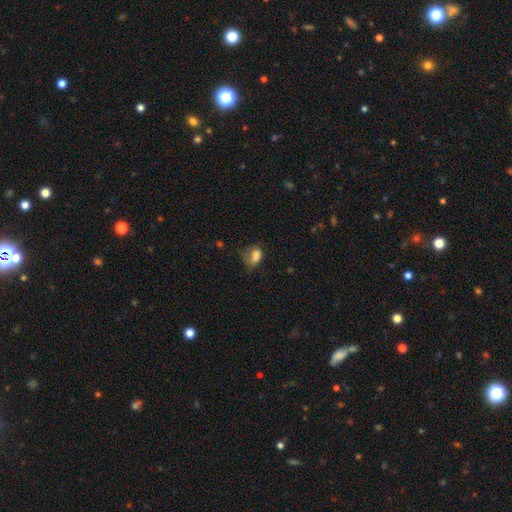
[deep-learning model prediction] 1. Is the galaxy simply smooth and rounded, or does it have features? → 78% smooth, 11% featured or disk, 11% star or artifact.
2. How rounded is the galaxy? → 79% in between, 19% round, 2% cigar-shaped.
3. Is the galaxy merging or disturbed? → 36% none, 33% minor disturbance, 27% major disturbance, 4% merger.